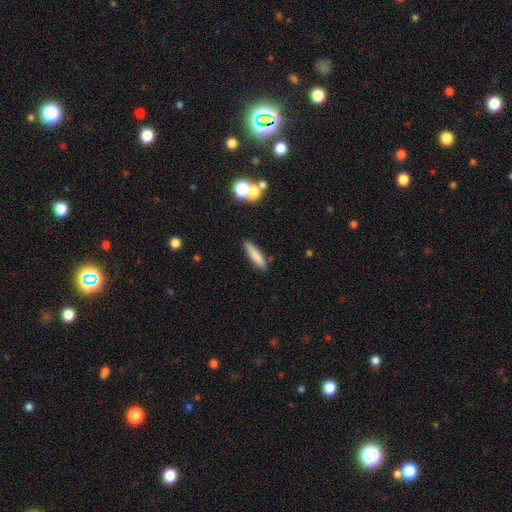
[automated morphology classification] type=smooth (82%); roundness=cigar-shaped (73%); merging=none (84%).